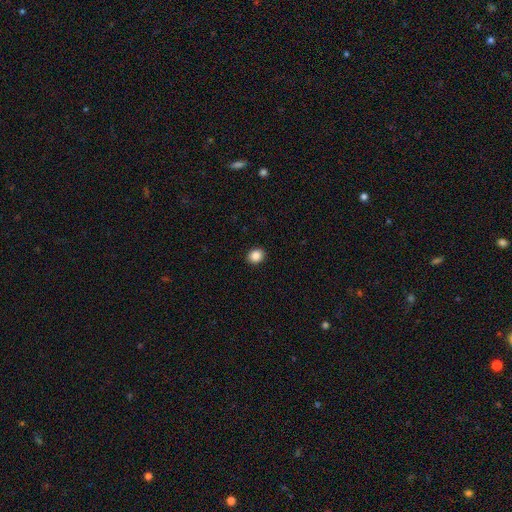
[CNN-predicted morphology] Smooth or featured: smooth — 87% (star or artifact — 9%)
How rounded: round — 64% (in between — 36%)
Merging: none — 92% (minor disturbance — 6%)